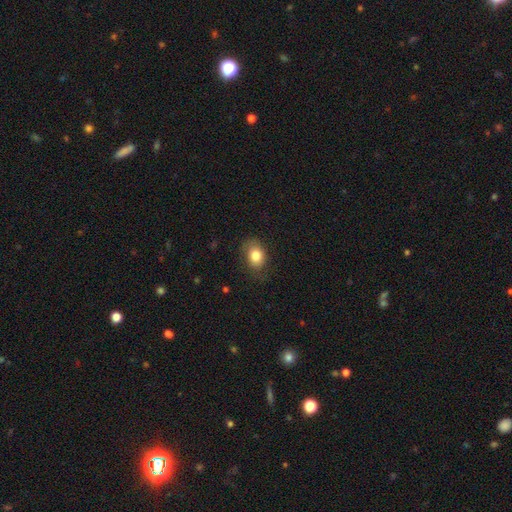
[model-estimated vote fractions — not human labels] This is clearly a smooth galaxy (81%). How rounded: likely in between (68%). Merging: likely none (74%).